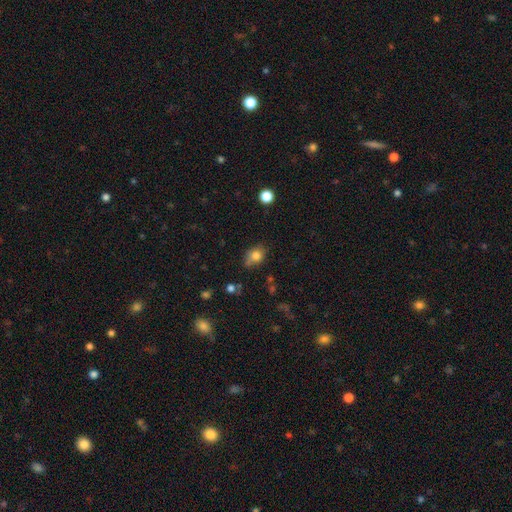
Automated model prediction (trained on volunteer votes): The model was most divided on "how rounded": round: 54%, in between: 45%, cigar-shaped: 1%. More confident: smooth or featured — smooth (81%); merging — none (62%).